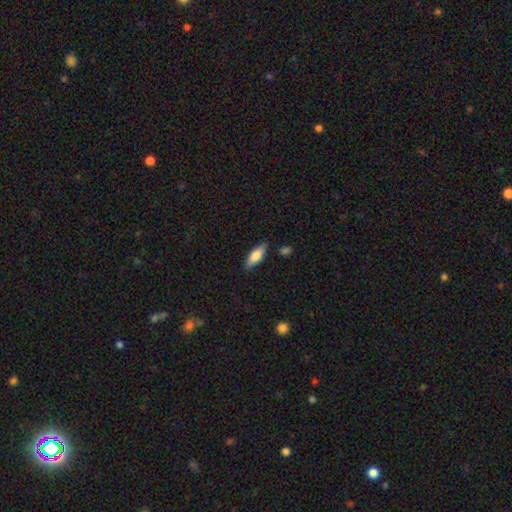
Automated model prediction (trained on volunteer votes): Smooth or featured: smooth — 73% (featured or disk — 20%)
How rounded: in between — 64% (cigar-shaped — 34%)
Merging: none — 83% (minor disturbance — 12%)